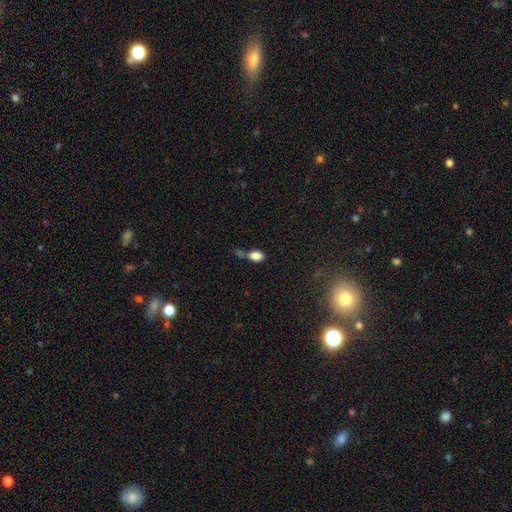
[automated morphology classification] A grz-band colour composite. It shows a smooth galaxy with no disk features (83%) that is in between round and cigar-shaped (86%). Merging: none (42%).